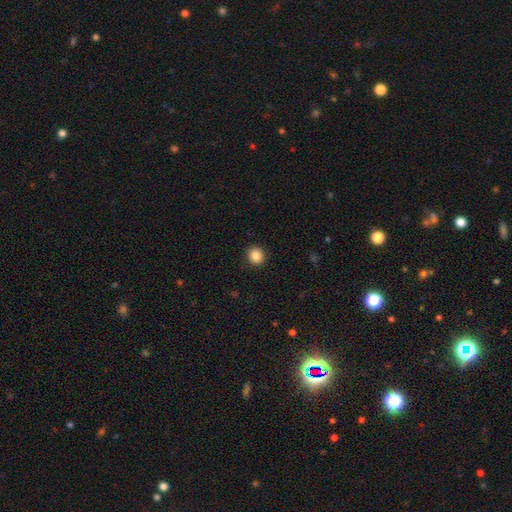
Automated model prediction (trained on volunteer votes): Smooth or featured? smooth (87%)
How rounded? round (90%)
Merging? none (92%)